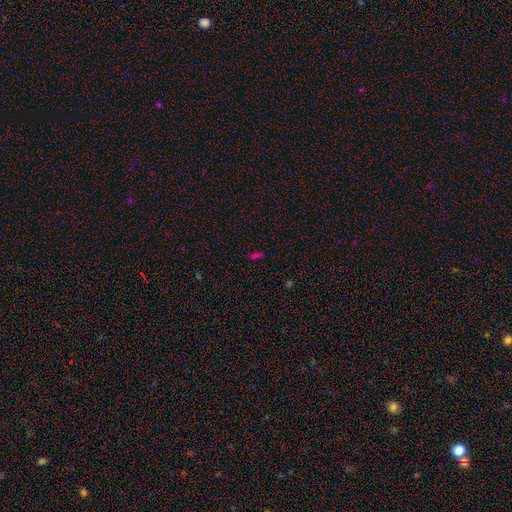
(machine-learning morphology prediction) type=smooth (55%); roundness=in between (68%); merging=none (79%).